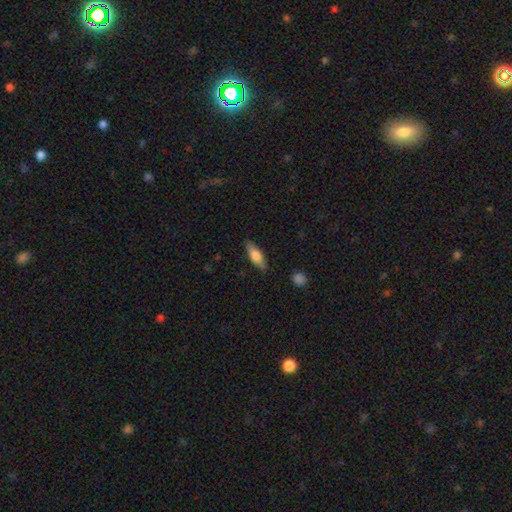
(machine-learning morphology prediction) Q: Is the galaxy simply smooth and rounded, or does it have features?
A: smooth — 69%.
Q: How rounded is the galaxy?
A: in between — 59%.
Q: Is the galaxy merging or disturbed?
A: none — 84%.